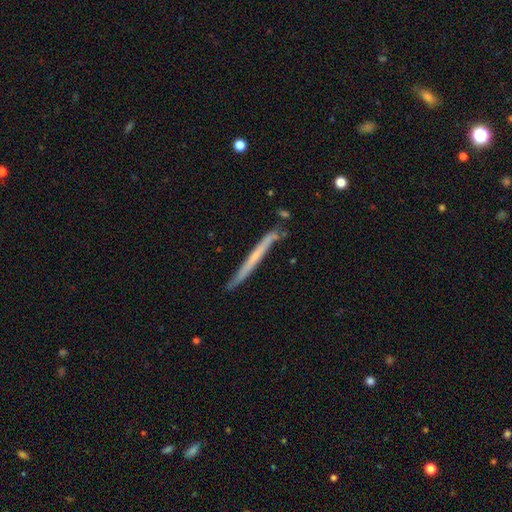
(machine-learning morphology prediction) Smooth or featured? featured or disk (55%)
Edge-on disk? yes (95%)
Edge-on bulge? none (77%)
Merging? none (78%)